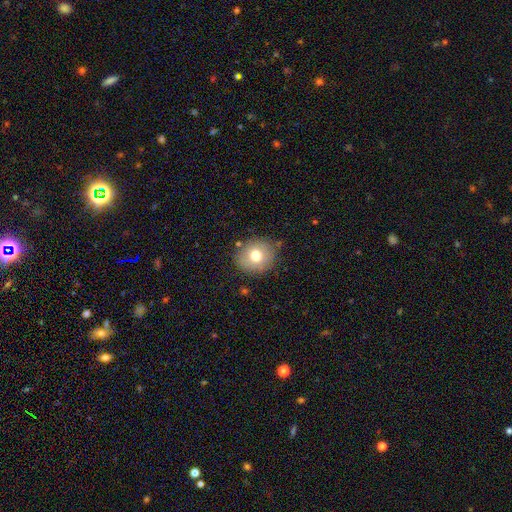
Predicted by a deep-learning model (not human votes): Overall: smooth (73%). How rounded: round (80%). Merging: none (84%).